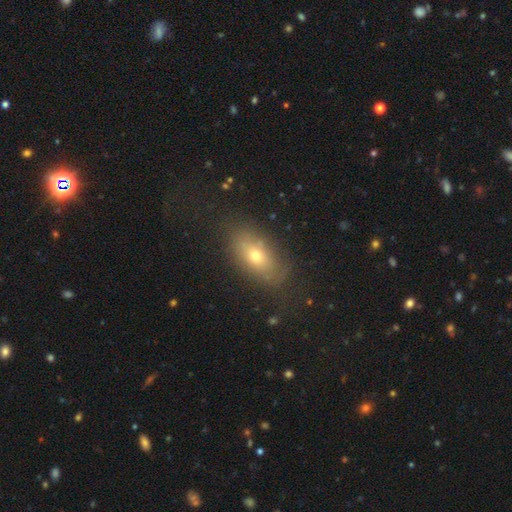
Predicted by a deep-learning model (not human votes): This is likely a smooth galaxy (63%). How rounded: clearly in between (85%). Merging: likely none (74%).